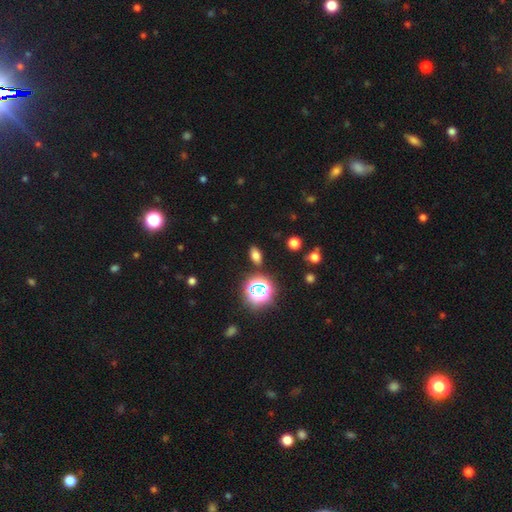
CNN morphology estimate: Q: Smooth or featured?
A: smooth (66%); runner-up: star or artifact (24%)
Q: How rounded?
A: in between (80%); runner-up: round (14%)
Q: Merging?
A: none (87%); runner-up: minor disturbance (8%)